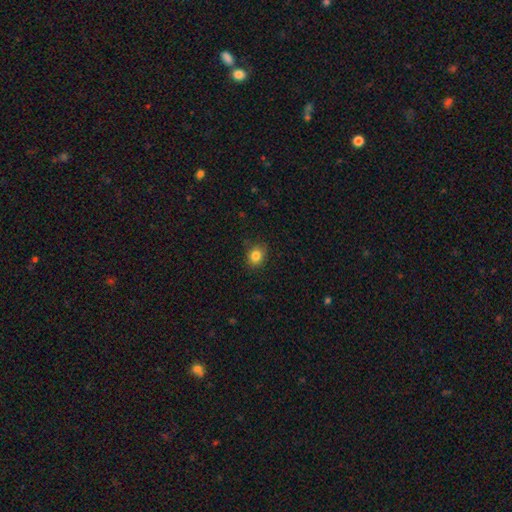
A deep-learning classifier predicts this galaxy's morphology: Smooth or featured? smooth (84%)
How rounded? round (63%)
Merging? none (85%)